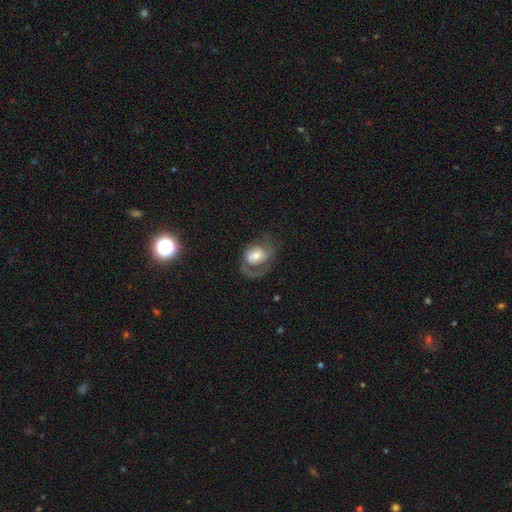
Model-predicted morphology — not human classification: Smooth or featured: featured or disk — 60% (smooth — 32%)
Edge-on disk: no — 97% (yes — 3%)
Bar: no — 60% (weak — 30%)
Spiral arms: yes — 80% (no — 20%)
Bulge size: moderate — 54% (small — 23%)
Merging: none — 40% (major disturbance — 37%)